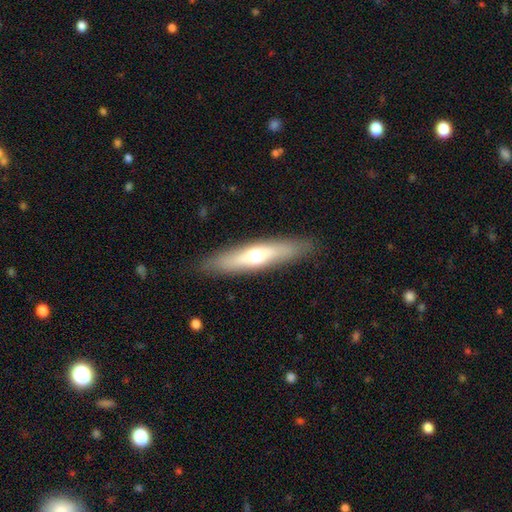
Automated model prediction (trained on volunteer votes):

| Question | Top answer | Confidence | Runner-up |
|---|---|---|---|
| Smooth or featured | featured or disk | 47% | tied: smooth (47%) |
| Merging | none | 88% | minor disturbance (9%) |